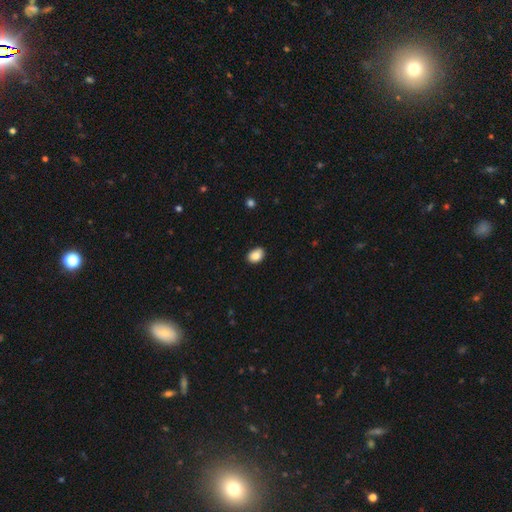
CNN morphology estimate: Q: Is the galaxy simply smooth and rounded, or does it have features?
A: smooth — 85%.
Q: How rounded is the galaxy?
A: in between — 73%.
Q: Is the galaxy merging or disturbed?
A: none — 84%.